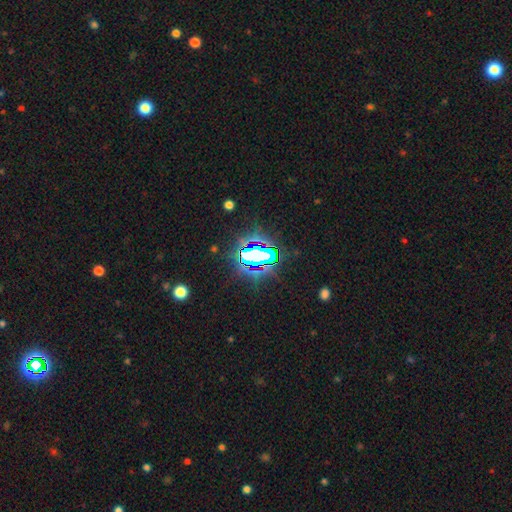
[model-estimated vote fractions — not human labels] Morphology: type=star or artifact (75%).